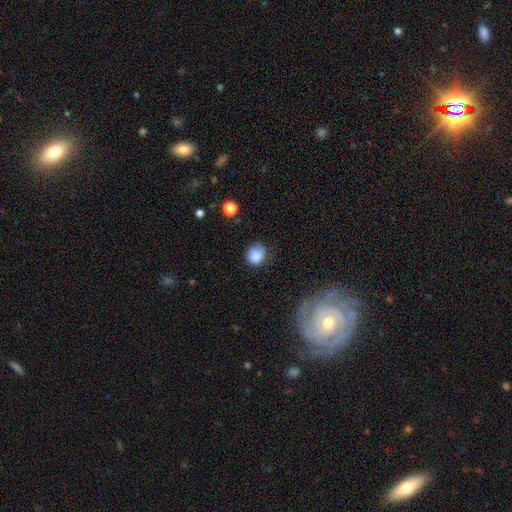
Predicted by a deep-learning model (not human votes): This appears to be a smooth galaxy with no disk features (83%) that is round (74%). Merging: none (62%).